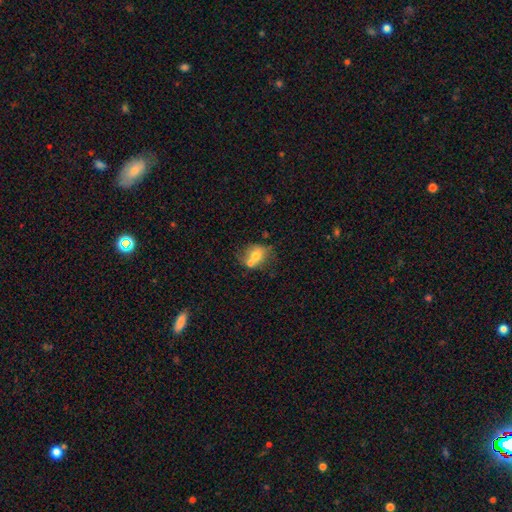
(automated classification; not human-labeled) Overall: smooth (64%; featured or disk 26%). How rounded: round (53%; in between 45%). Merging: none (42%; merger 37%).